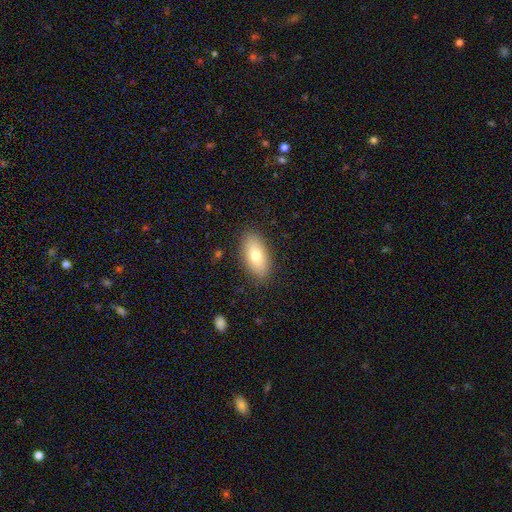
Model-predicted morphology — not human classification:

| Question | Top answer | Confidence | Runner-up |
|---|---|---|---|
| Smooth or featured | smooth | 77% | featured or disk (16%) |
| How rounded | in between | 89% | cigar-shaped (8%) |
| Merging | none | 86% | minor disturbance (10%) |